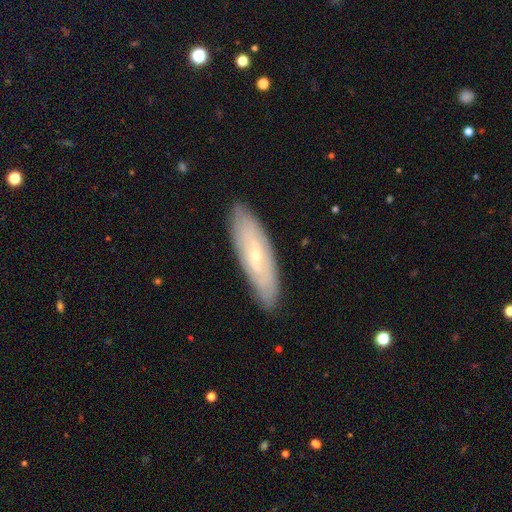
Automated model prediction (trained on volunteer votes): smooth_or_featured: featured or disk (p=0.66) [alt: smooth p=0.27]
disk_edge_on: no (p=0.71) [alt: yes p=0.29]
merging: none (p=0.86) [alt: minor disturbance p=0.11]